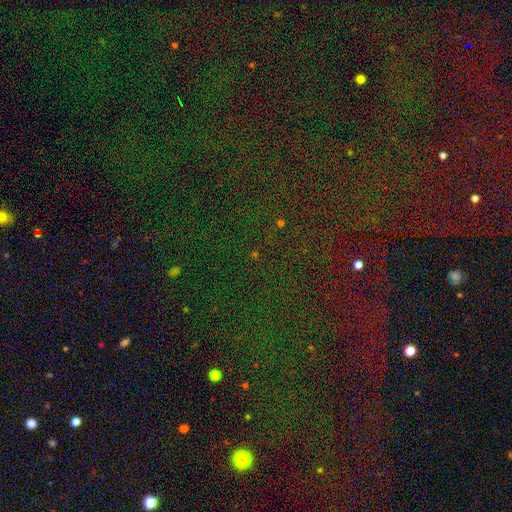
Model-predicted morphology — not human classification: Smooth or featured?
  - star or artifact: 84% *
  - smooth: 9%
  - featured or disk: 8%